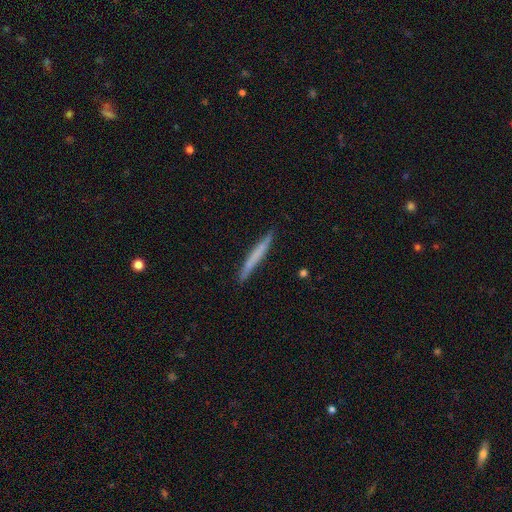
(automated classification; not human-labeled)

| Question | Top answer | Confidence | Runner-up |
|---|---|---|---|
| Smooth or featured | smooth | 59% | featured or disk (35%) |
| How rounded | cigar-shaped | 97% | in between (2%) |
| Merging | none | 88% | minor disturbance (9%) |